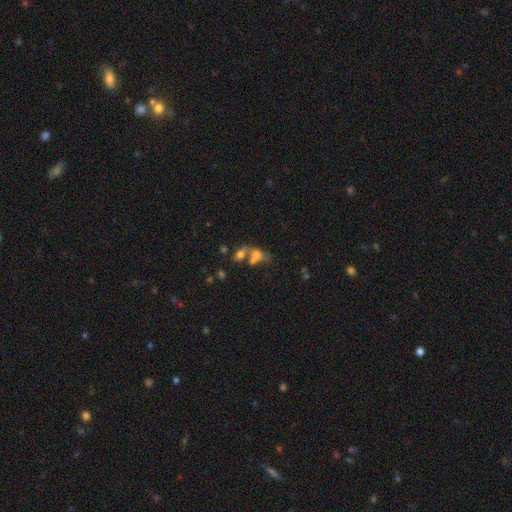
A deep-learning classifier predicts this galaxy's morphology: Smooth or featured? smooth (60%)
How rounded? in between (70%)
Merging? merger (54%)